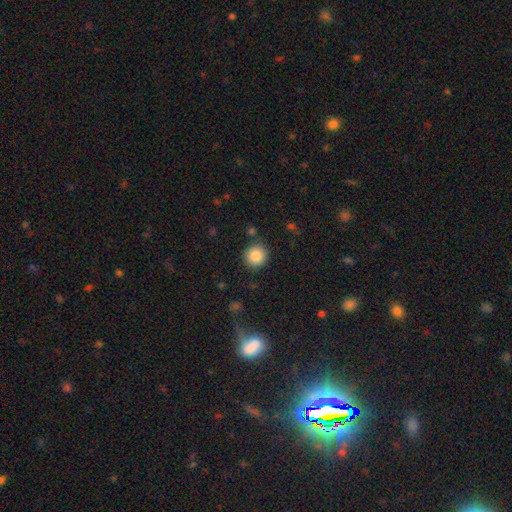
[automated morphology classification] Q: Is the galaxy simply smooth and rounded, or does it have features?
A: smooth — 86%.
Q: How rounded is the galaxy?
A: round — 92%.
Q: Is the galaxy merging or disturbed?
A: none — 87%.